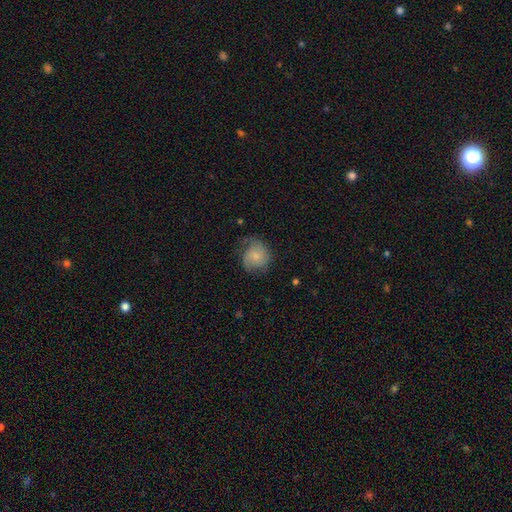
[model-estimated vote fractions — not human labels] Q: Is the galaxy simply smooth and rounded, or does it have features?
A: smooth — 50%.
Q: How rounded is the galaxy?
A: round — 75%.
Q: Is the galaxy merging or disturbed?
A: none — 52%.